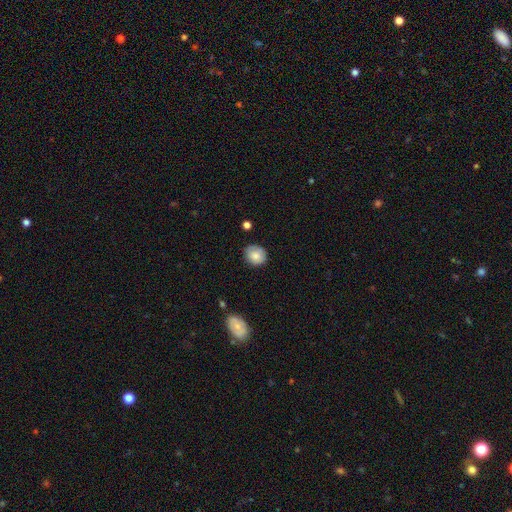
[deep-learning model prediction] Smooth or featured?
  - smooth: 82% *
  - featured or disk: 11%
  - star or artifact: 8%
How rounded?
  - round: 72% *
  - in between: 27%
  - cigar-shaped: 1%
Merging?
  - none: 75% *
  - minor disturbance: 20%
  - major disturbance: 3%
  - merger: 2%